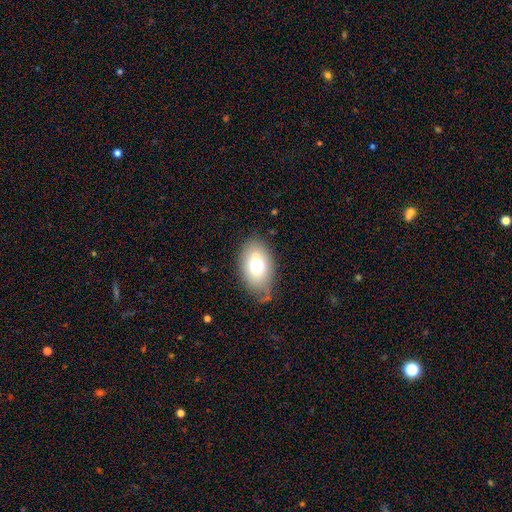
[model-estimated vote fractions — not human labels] This is likely a smooth galaxy (69%). How rounded: clearly in between (83%). Merging: likely none (64%).